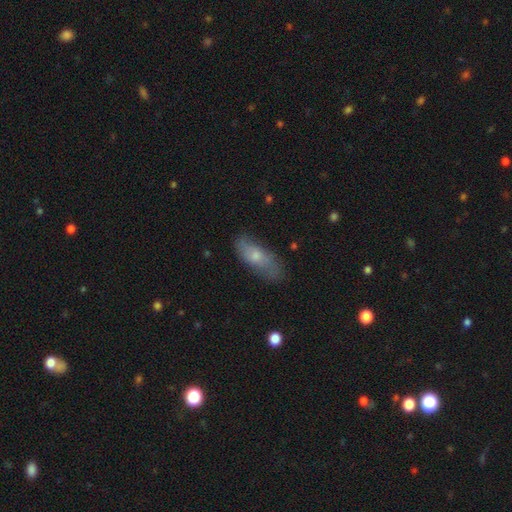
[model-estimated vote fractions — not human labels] Morphology: type=smooth (58%); roundness=in between (71%); merging=none (67%).